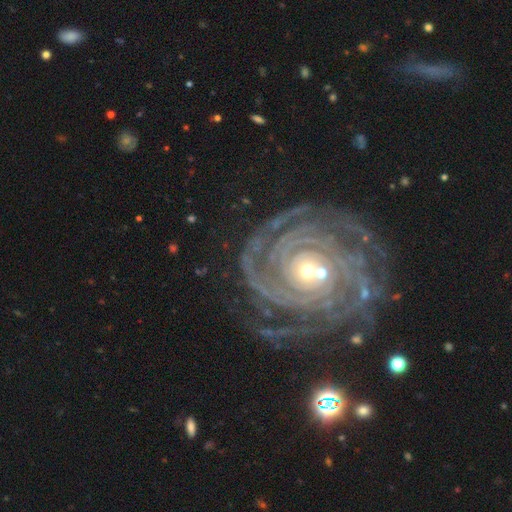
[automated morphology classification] Q: Smooth or featured?
A: featured or disk (91%); runner-up: star or artifact (6%)
Q: Edge-on disk?
A: no (97%); runner-up: yes (3%)
Q: Bar?
A: no (48%); runner-up: weak (32%)
Q: Spiral arms?
A: yes (98%); runner-up: no (2%)
Q: Spiral winding?
A: tight (83%); runner-up: medium (15%)
Q: Spiral arm count?
A: 4 (23%); runner-up: 3 (22%)
Q: Bulge size?
A: small (53%); runner-up: moderate (43%)
Q: Merging?
A: none (77%); runner-up: minor disturbance (15%)